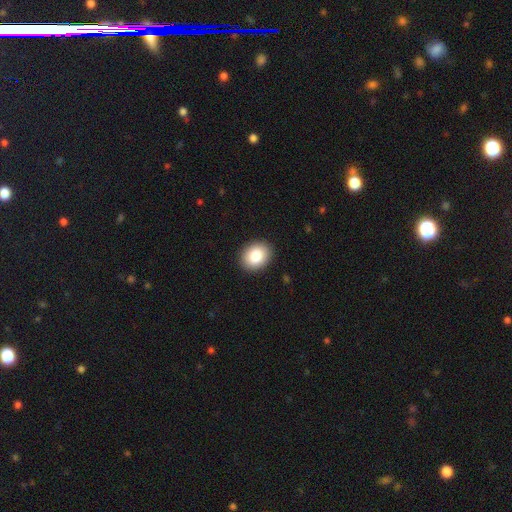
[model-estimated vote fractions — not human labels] smooth_or_featured: smooth (p=0.85) [alt: star or artifact p=0.08]
how_rounded: in between (p=0.56) [alt: round p=0.43]
merging: none (p=0.91) [alt: minor disturbance p=0.06]